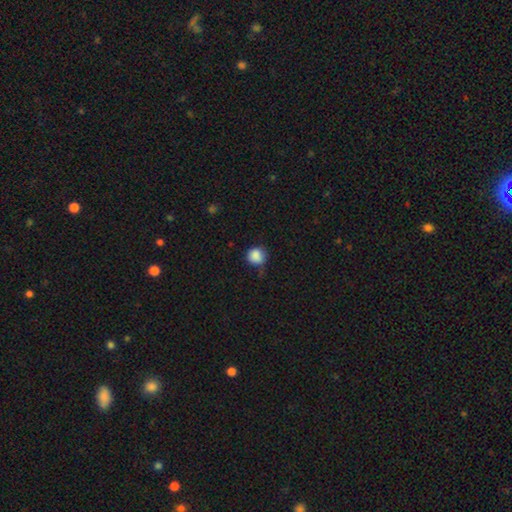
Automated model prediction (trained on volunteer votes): The model was most divided on "merging": none: 67%, minor disturbance: 26%, major disturbance: 5%, merger: 2%. More confident: how rounded — round (89%); smooth or featured — smooth (87%).